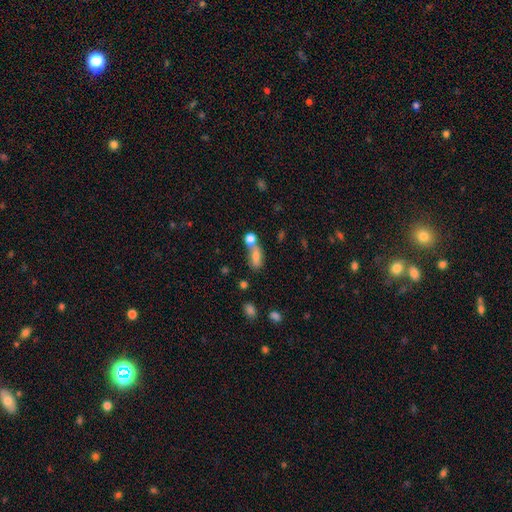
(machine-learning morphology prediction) The model was most divided on "merging": merger: 48%, none: 33%, minor disturbance: 12%, major disturbance: 8%. More confident: smooth or featured — smooth (70%); how rounded — in between (67%).